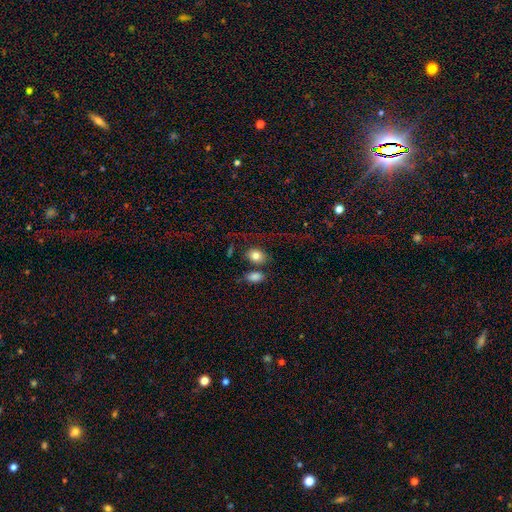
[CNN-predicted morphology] Smooth or featured: smooth — 82% (featured or disk — 9%)
How rounded: in between — 70% (round — 29%)
Merging: none — 61% (merger — 19%)